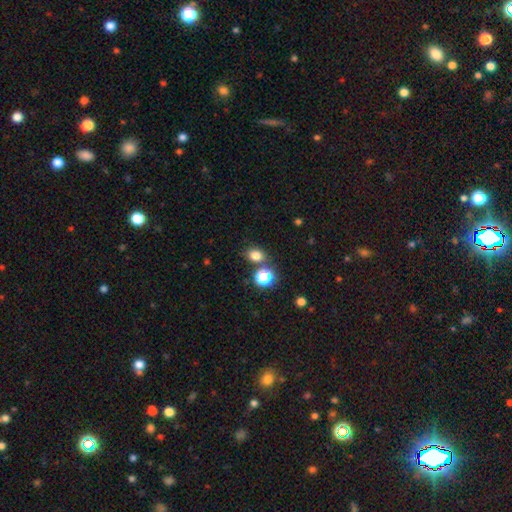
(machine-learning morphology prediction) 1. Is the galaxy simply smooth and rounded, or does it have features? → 76% smooth, 18% star or artifact, 6% featured or disk.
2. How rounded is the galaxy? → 53% round, 46% in between, 1% cigar-shaped.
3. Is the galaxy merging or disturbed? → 73% none, 12% merger, 11% minor disturbance, 4% major disturbance.